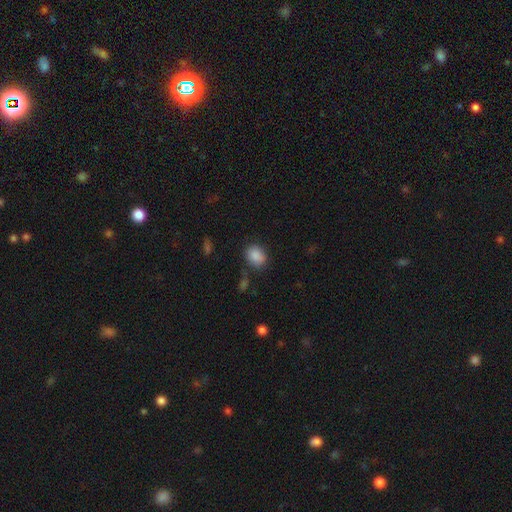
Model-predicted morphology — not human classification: A smooth galaxy with no disk features (88%) that is in between round and cigar-shaped (60%). Merging: none (78%).